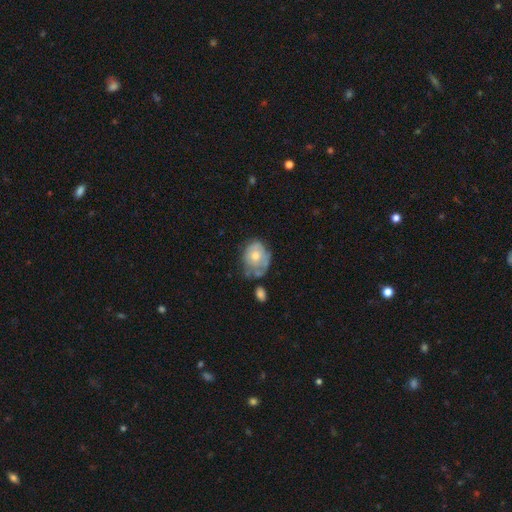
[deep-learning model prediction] smooth_or_featured: smooth (p=0.52) [alt: featured or disk p=0.41]
how_rounded: round (p=0.53) [alt: in between p=0.46]
merging: none (p=0.40) [alt: minor disturbance p=0.32]